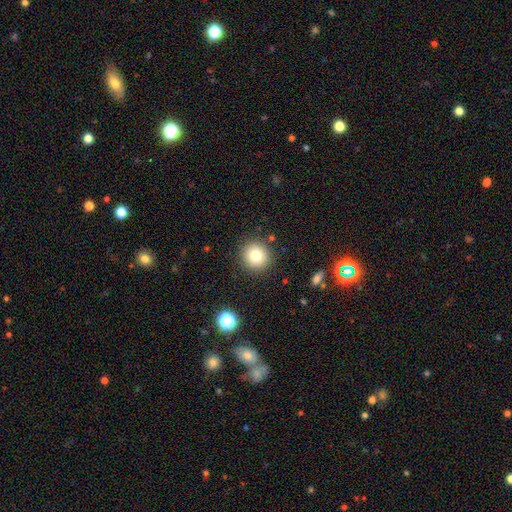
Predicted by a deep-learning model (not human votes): smooth_or_featured: smooth (p=0.78) [alt: star or artifact p=0.12]
how_rounded: round (p=0.93) [alt: in between p=0.06]
merging: none (p=0.89) [alt: minor disturbance p=0.07]